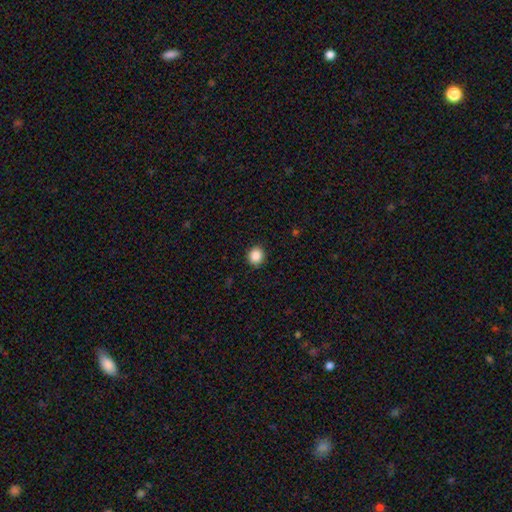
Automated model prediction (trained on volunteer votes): Smooth or featured? smooth (87%)
How rounded? round (85%)
Merging? none (91%)